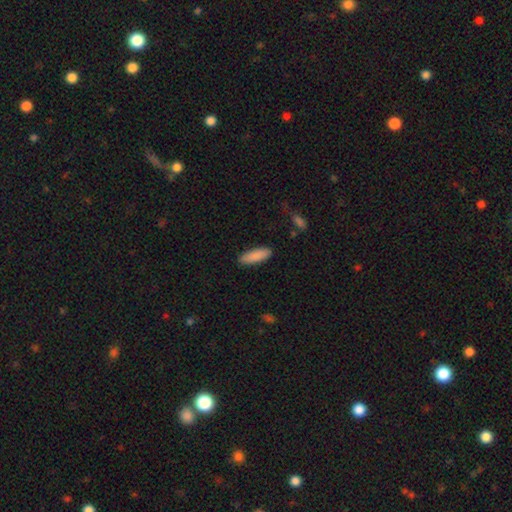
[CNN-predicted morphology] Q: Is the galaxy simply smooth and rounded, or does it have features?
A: smooth — 88%.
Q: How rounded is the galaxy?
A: in between — 52%.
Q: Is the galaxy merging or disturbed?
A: none — 88%.